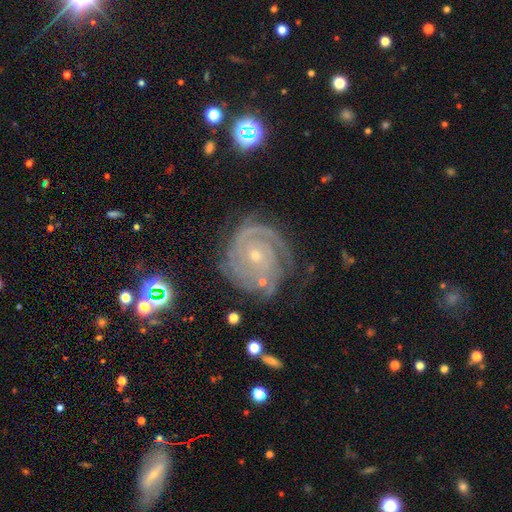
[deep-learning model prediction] A featured or disk galaxy (88%) with no bar (76%), 2 (34%) tight (81%) spiral arms (98%) and a small central bulge (73%). Merging: none (71%).